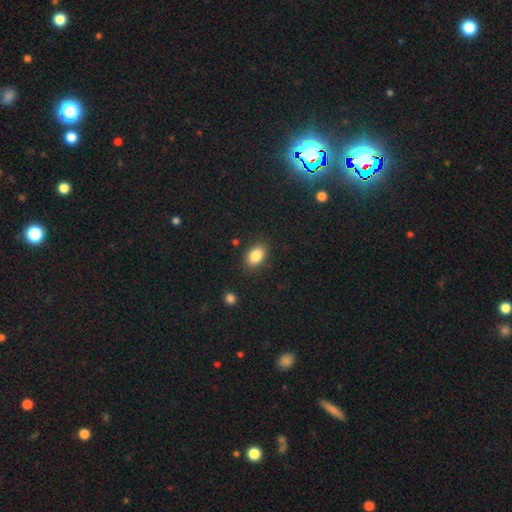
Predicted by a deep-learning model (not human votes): smooth_or_featured: smooth (p=0.85) [alt: star or artifact p=0.09]
how_rounded: in between (p=0.83) [alt: round p=0.16]
merging: none (p=0.86) [alt: minor disturbance p=0.10]